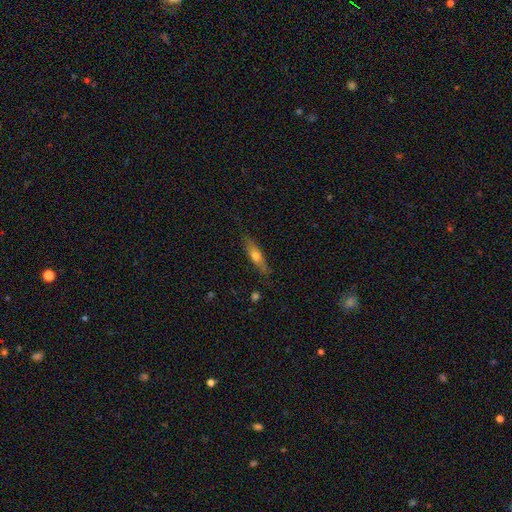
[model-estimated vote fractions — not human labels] The model was most divided on "smooth or featured": smooth: 56%, featured or disk: 38%, star or artifact: 7%. More confident: merging — none (80%); how rounded — cigar-shaped (72%).